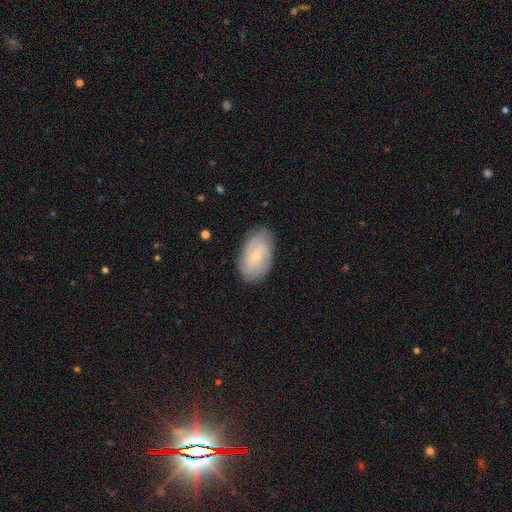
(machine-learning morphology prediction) Q: Smooth or featured?
A: featured or disk (55%); runner-up: smooth (38%)
Q: Edge-on disk?
A: no (94%); runner-up: yes (6%)
Q: Bar?
A: no (62%); runner-up: weak (32%)
Q: Spiral arms?
A: yes (84%); runner-up: no (16%)
Q: Bulge size?
A: small (76%); runner-up: moderate (18%)
Q: Merging?
A: none (80%); runner-up: minor disturbance (15%)